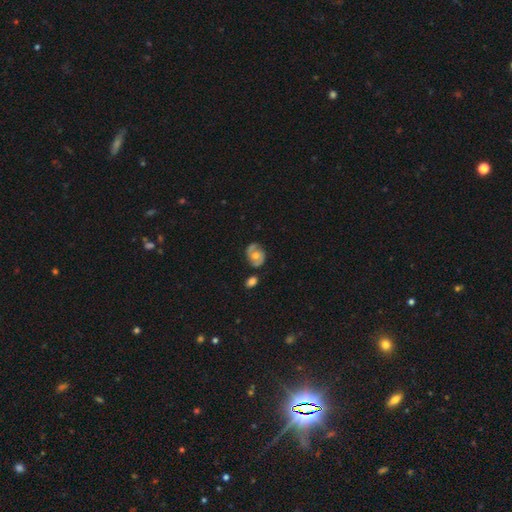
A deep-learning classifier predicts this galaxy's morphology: This appears to be a featured or disk galaxy (66%) with no bar (71%), 2 (79%) medium (44%) spiral arms (81%) and a moderate central bulge (72%). Merging: none (68%).